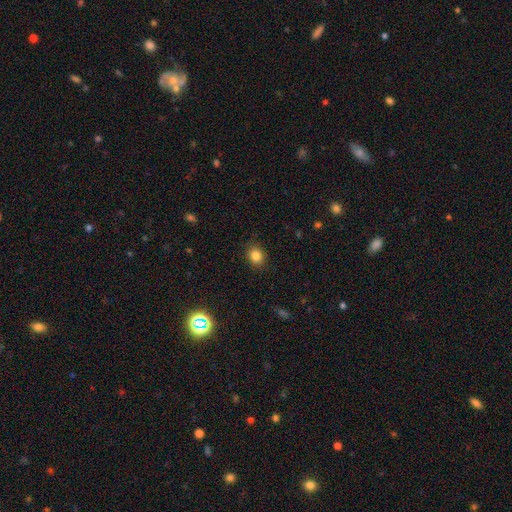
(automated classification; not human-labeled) Smooth or featured?
  - smooth: 83% *
  - star or artifact: 12%
  - featured or disk: 5%
How rounded?
  - round: 54% *
  - in between: 45%
  - cigar-shaped: 1%
Merging?
  - none: 87% *
  - minor disturbance: 9%
  - major disturbance: 3%
  - merger: 1%